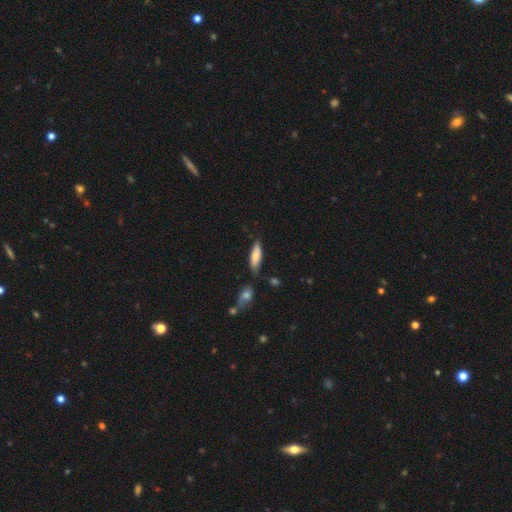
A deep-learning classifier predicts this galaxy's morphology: Q: Smooth or featured?
A: smooth (75%); runner-up: featured or disk (18%)
Q: How rounded?
A: in between (52%); runner-up: cigar-shaped (46%)
Q: Merging?
A: none (68%); runner-up: minor disturbance (20%)